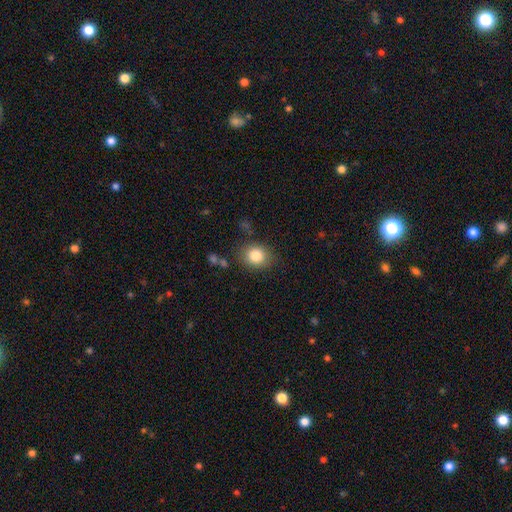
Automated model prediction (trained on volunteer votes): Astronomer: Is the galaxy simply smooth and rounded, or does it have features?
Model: smooth — 83%.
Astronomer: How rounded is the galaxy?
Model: round — 61% (runner-up: in between, 38%).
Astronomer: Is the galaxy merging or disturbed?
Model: none — 82%.